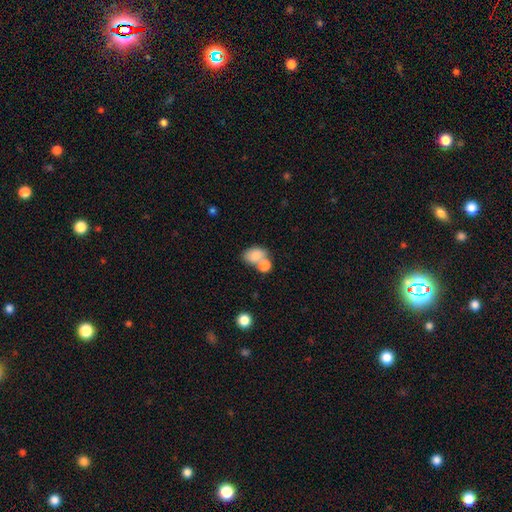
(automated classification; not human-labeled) smooth_or_featured: smooth (p=0.81) [alt: featured or disk p=0.10]
how_rounded: in between (p=0.75) [alt: round p=0.24]
merging: merger (p=0.45) [alt: none p=0.38]